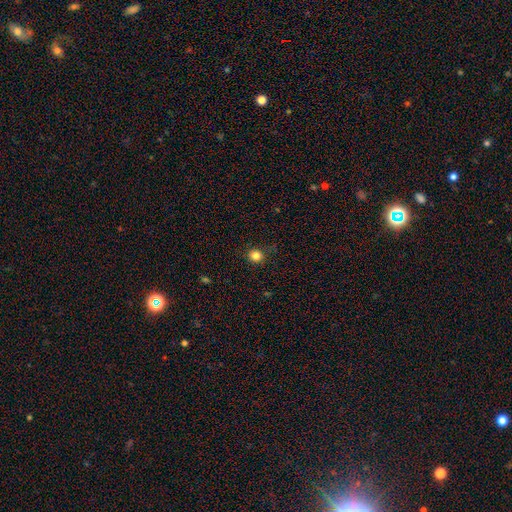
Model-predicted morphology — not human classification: Smooth or featured? Predicted: smooth (p=0.83). How rounded? Predicted: round (p=0.88). Merging? Predicted: none (p=0.86).